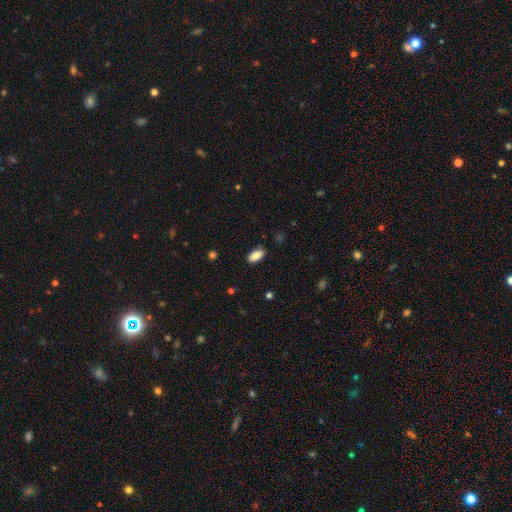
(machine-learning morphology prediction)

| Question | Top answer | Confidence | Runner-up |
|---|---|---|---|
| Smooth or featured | smooth | 88% | star or artifact (7%) |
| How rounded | in between | 92% | cigar-shaped (5%) |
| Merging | none | 87% | minor disturbance (10%) |